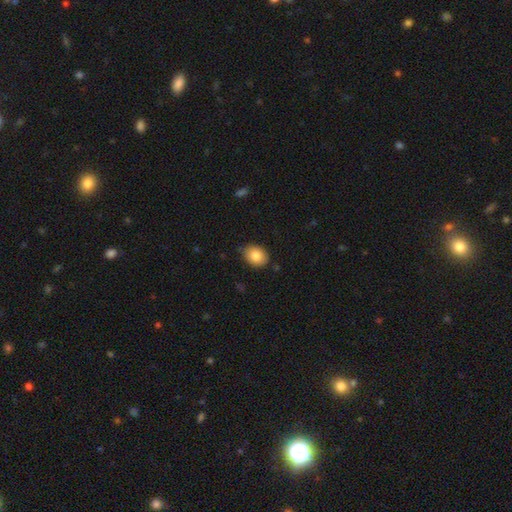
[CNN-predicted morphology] smooth_or_featured: smooth (p=0.84) [alt: featured or disk p=0.08]
how_rounded: in between (p=0.65) [alt: round p=0.34]
merging: none (p=0.82) [alt: minor disturbance p=0.15]